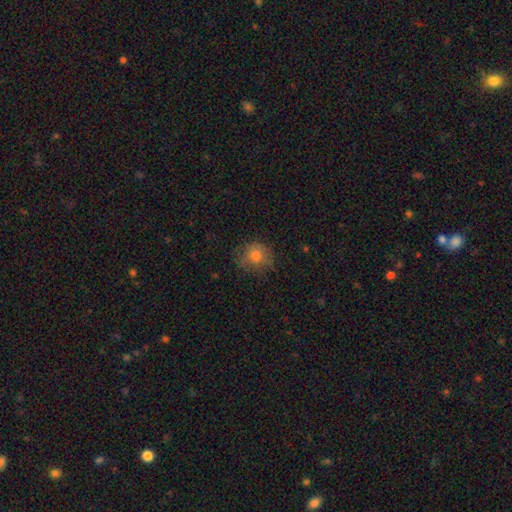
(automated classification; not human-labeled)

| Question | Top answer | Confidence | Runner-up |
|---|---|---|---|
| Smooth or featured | smooth | 74% | featured or disk (15%) |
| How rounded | round | 78% | in between (21%) |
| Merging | none | 69% | minor disturbance (21%) |